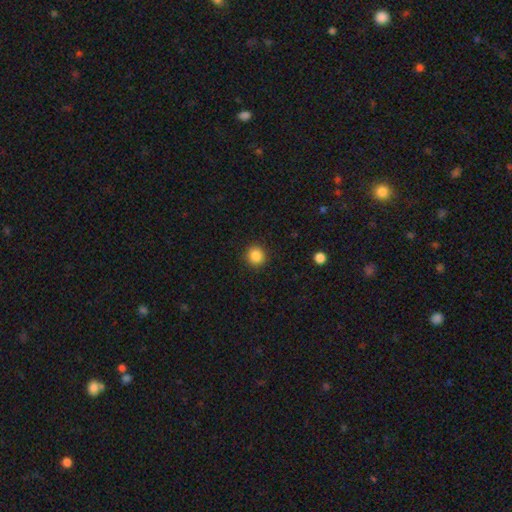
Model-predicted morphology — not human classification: smooth 87%, star or artifact 10%, featured or disk 3%. Down the decision tree: how rounded — round (90%); merging — none (91%).